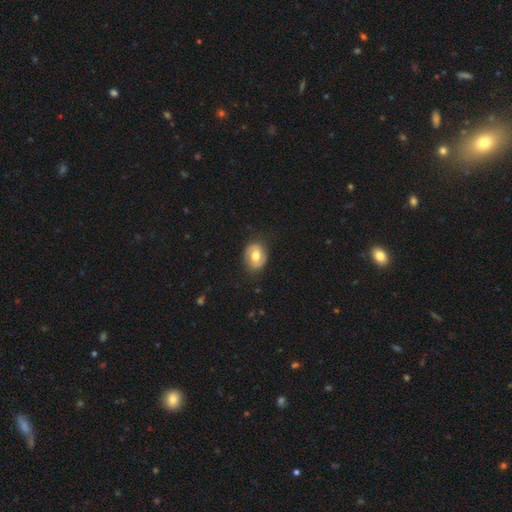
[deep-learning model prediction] Smooth or featured? smooth (49%)
Merging? none (80%)